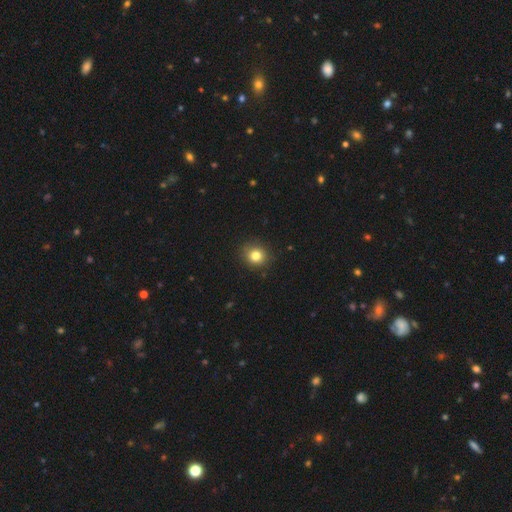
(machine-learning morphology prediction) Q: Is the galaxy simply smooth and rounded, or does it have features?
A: smooth — 82%.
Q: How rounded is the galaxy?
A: round — 84%.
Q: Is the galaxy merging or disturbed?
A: none — 89%.